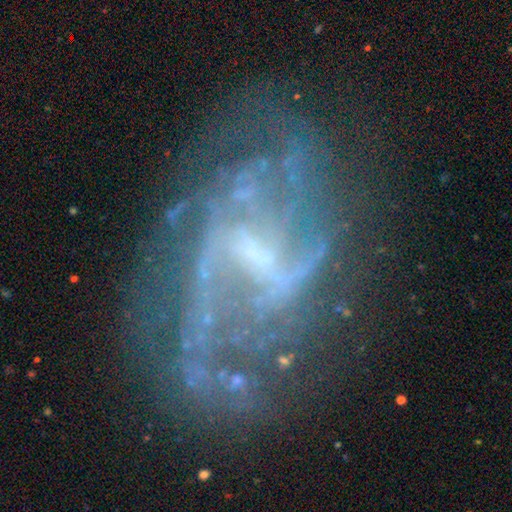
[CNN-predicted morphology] smooth_or_featured: featured or disk (p=0.86) [alt: star or artifact p=0.09]
disk_edge_on: no (p=0.97) [alt: yes p=0.03]
bar: weak (p=0.53) [alt: strong p=0.30]
has_spiral_arms: yes (p=0.91) [alt: no p=0.09]
spiral_winding: loose (p=0.43) [alt: medium p=0.40]
spiral_arm_count: 2 (p=0.41) [alt: can't tell p=0.25]
bulge_size: small (p=0.56) [alt: none p=0.24]
merging: none (p=0.58) [alt: major disturbance p=0.20]